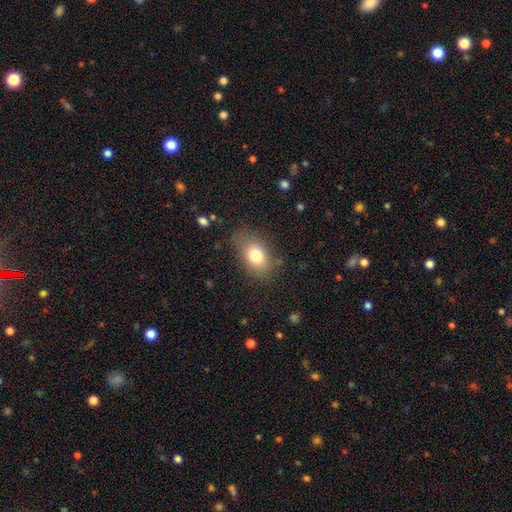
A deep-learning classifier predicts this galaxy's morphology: Smooth or featured? smooth (78%)
How rounded? in between (83%)
Merging? none (74%)